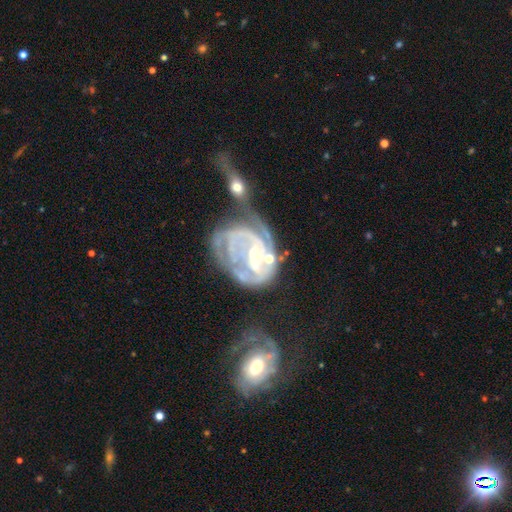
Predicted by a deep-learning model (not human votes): This appears to be a featured or disk galaxy (85%) with no bar (46%), tight (50%) spiral arms (83%) and a moderate central bulge (57%). Merging: merger (44%).